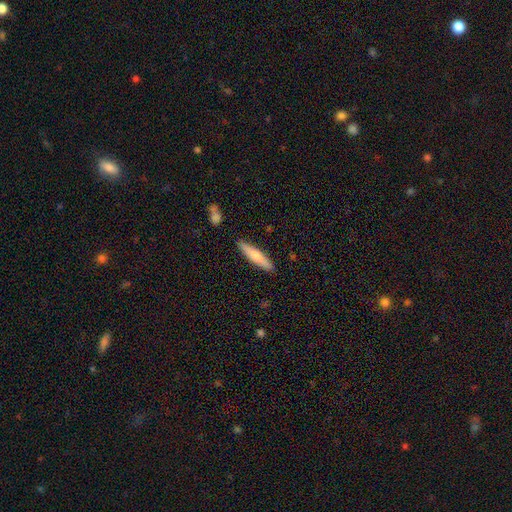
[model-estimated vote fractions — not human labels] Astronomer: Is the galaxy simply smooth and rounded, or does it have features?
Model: smooth — 67%.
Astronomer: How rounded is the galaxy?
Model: cigar-shaped — 84%.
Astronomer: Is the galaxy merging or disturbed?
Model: none — 89%.